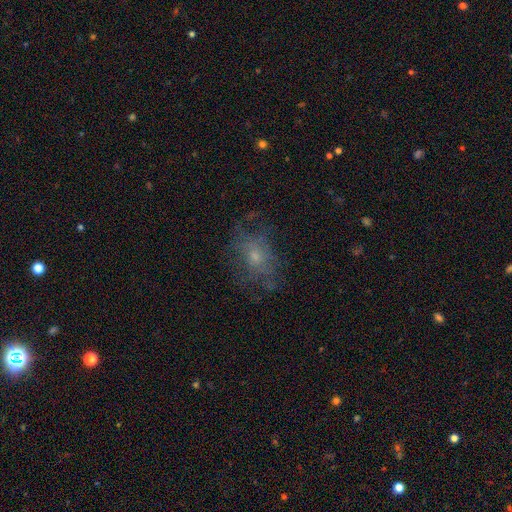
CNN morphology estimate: A smooth galaxy with no disk features (45%).

Vote fractions:
- Smooth or featured? smooth: 45% / featured or disk: 39% / star or artifact: 16%
- Merging? none: 59% / minor disturbance: 21% / major disturbance: 19% / merger: 2%